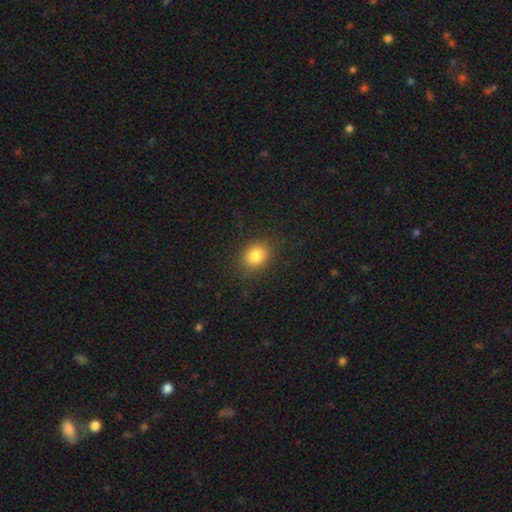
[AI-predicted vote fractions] Smooth or featured? Predicted: smooth (p=0.83). How rounded? Predicted: in between (p=0.52). Merging? Predicted: none (p=0.84).